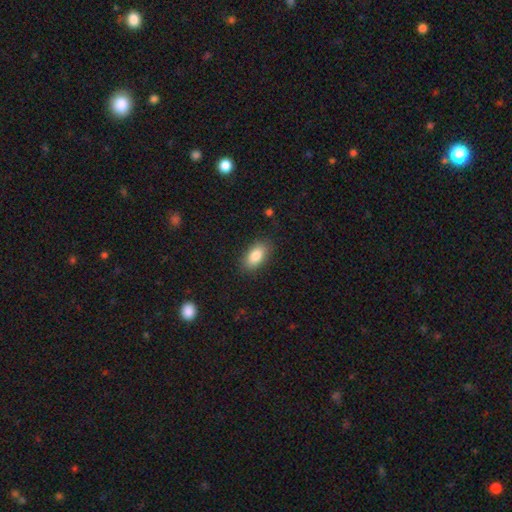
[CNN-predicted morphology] This appears to be a smooth galaxy with no disk features (85%) that is in between round and cigar-shaped (91%). Merging: none (86%).